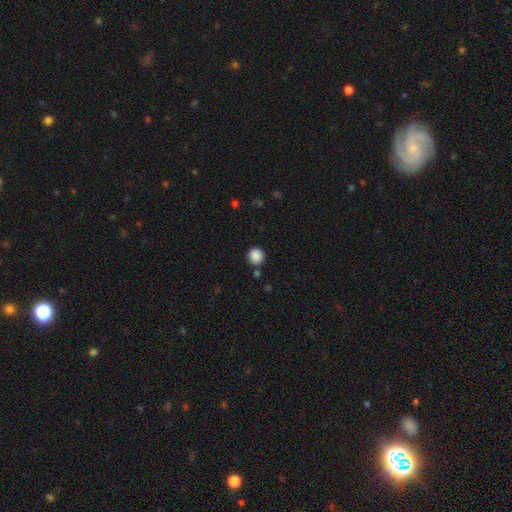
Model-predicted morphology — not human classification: Smooth or featured?
  - smooth: 87% *
  - star or artifact: 10%
  - featured or disk: 3%
How rounded?
  - round: 91% *
  - in between: 8%
  - cigar-shaped: 1%
Merging?
  - none: 84% *
  - minor disturbance: 8%
  - merger: 5%
  - major disturbance: 3%